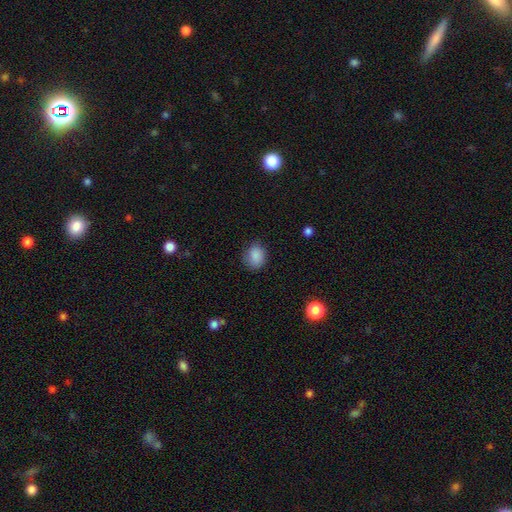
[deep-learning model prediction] Smooth or featured?
  - smooth: 87% *
  - star or artifact: 9%
  - featured or disk: 4%
How rounded?
  - round: 53% *
  - in between: 46%
  - cigar-shaped: 1%
Merging?
  - none: 79% *
  - minor disturbance: 16%
  - major disturbance: 4%
  - merger: 1%